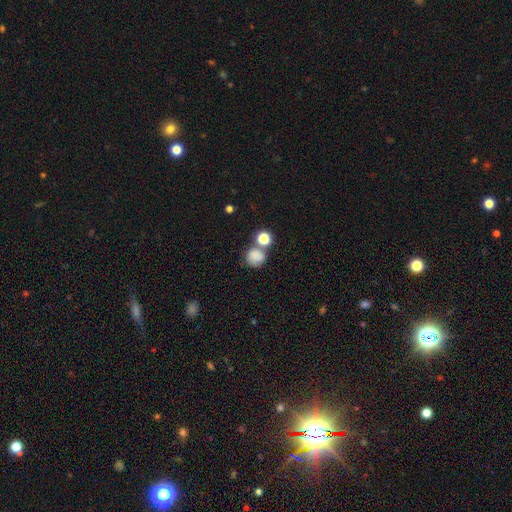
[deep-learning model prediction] Q: Smooth or featured?
A: smooth (81%); runner-up: star or artifact (12%)
Q: How rounded?
A: round (82%); runner-up: in between (17%)
Q: Merging?
A: none (50%); runner-up: merger (31%)